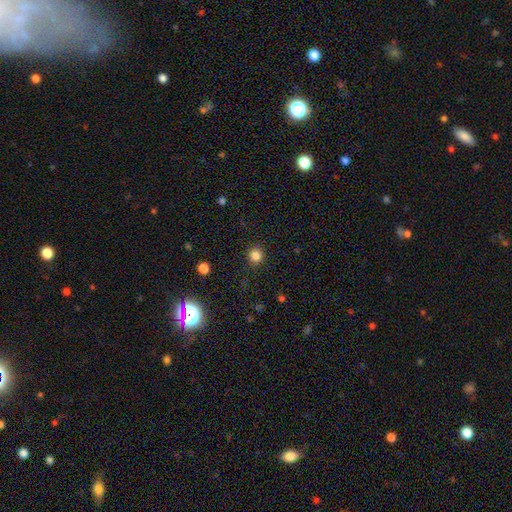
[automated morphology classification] This appears to be a smooth galaxy with no disk features (83%) that is round (92%). Merging: none (91%).